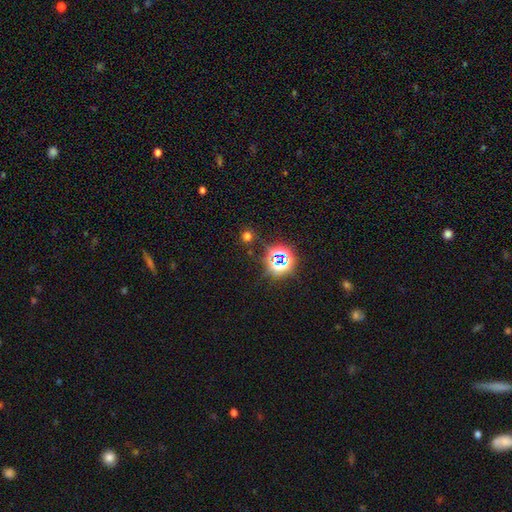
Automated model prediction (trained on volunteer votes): Morphology: type=star or artifact (66%).